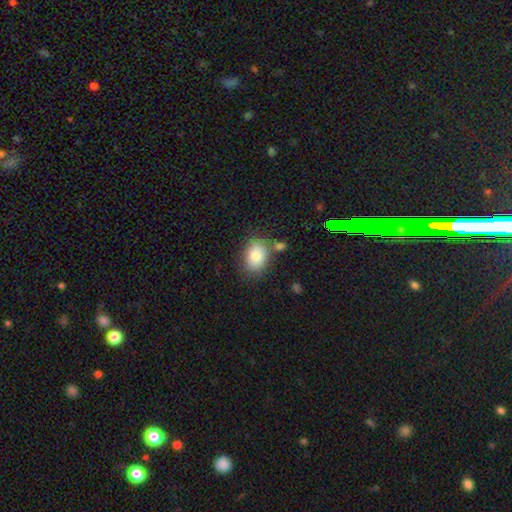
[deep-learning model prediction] This appears to be a smooth galaxy with no disk features (82%) that is in between round and cigar-shaped (71%). Merging: none (66%).